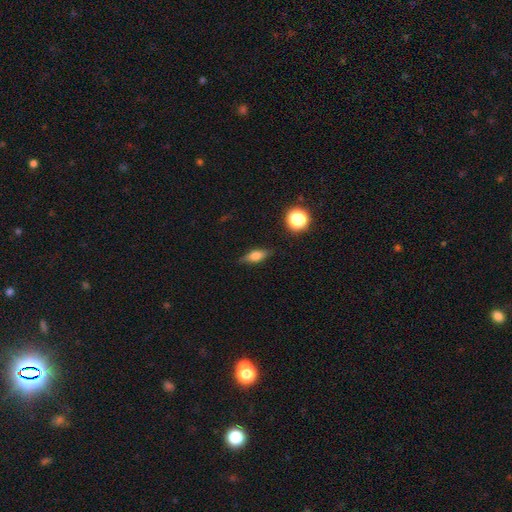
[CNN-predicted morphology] smooth_or_featured: smooth (p=0.63) [alt: featured or disk p=0.27]
how_rounded: in between (p=0.66) [alt: cigar-shaped p=0.25]
merging: none (p=0.81) [alt: minor disturbance p=0.14]